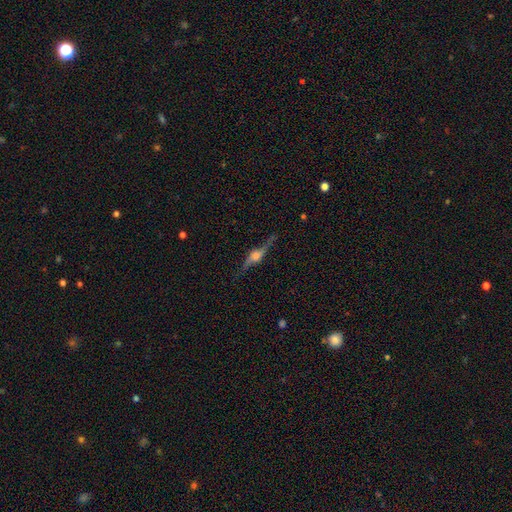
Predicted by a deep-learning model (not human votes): This is clearly a featured or disk galaxy (82%). It is clearly viewed edge-on (90%). Edge-on bulge: clearly rounded (91%). Merging: likely none (79%).